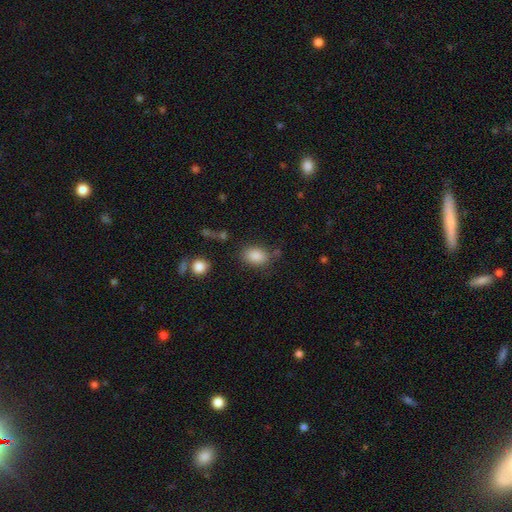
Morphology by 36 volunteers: A smooth galaxy with no disk features (86%) that is in between round and cigar-shaped (84%).

Vote fractions:
- Smooth or featured? smooth: 86% / featured or disk: 8% / star or artifact: 6%
- How rounded? in between: 84% / round: 16% / cigar-shaped: 0%
- Merging? none: 88% / minor disturbance: 6% / major disturbance: 3% / merger: 3%